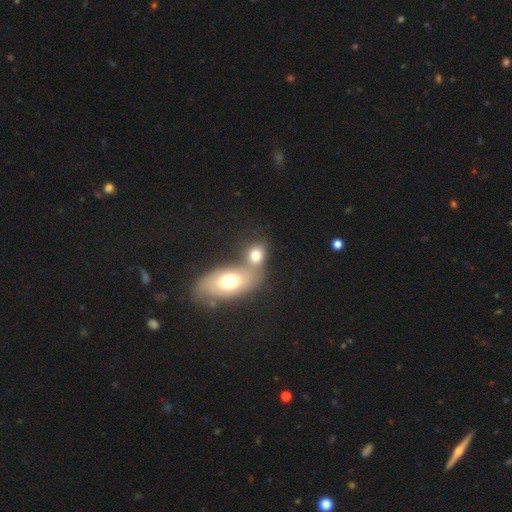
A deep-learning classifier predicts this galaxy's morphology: smooth 71%, featured or disk 19%, star or artifact 10%. Down the decision tree: how rounded — in between (58%); merging — merger (53%).